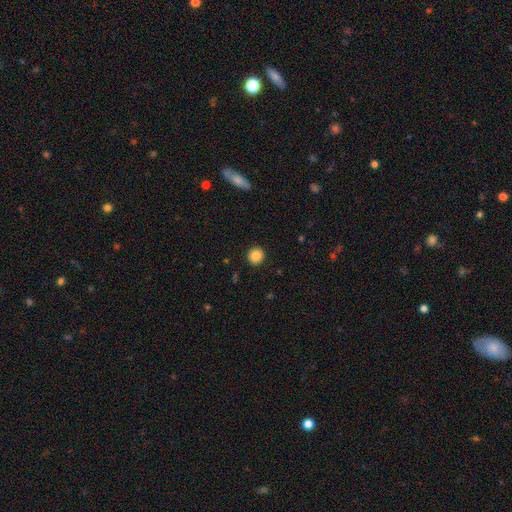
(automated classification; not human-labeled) Overall: smooth (87%). How rounded: round (92%). Merging: none (92%).